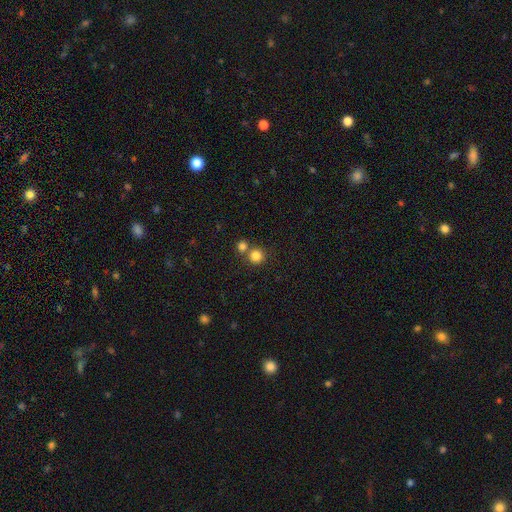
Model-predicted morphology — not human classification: A smooth galaxy with no disk features (83%) that is round (92%). Merging: none (62%).